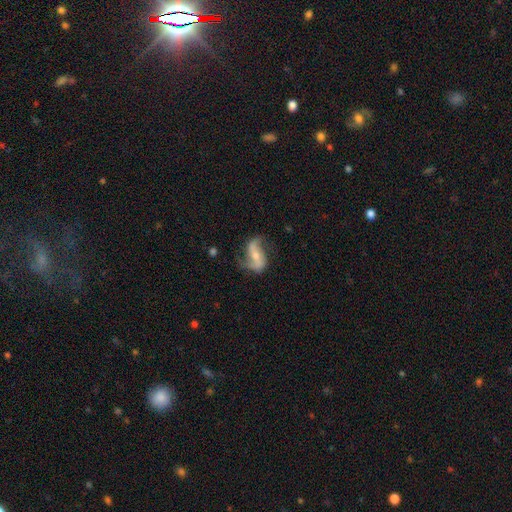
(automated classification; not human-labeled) Smooth or featured: featured or disk — 79% (smooth — 15%)
Edge-on disk: no — 95% (yes — 5%)
Bar: strong — 42% (weak — 33%)
Spiral arms: yes — 92% (no — 8%)
Spiral winding: loose — 68% (medium — 24%)
Spiral arm count: 2 — 88% (1 — 4%)
Bulge size: small — 48% (moderate — 41%)
Merging: none — 60% (minor disturbance — 22%)